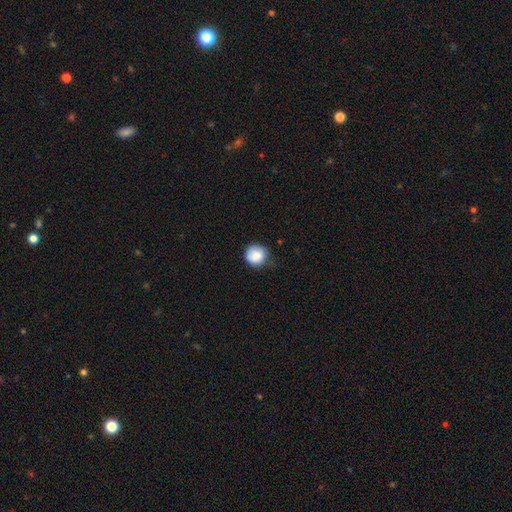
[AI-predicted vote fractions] The model was most divided on "merging": none: 70%, minor disturbance: 24%, major disturbance: 5%, merger: 1%. More confident: how rounded — round (91%); smooth or featured — smooth (85%).